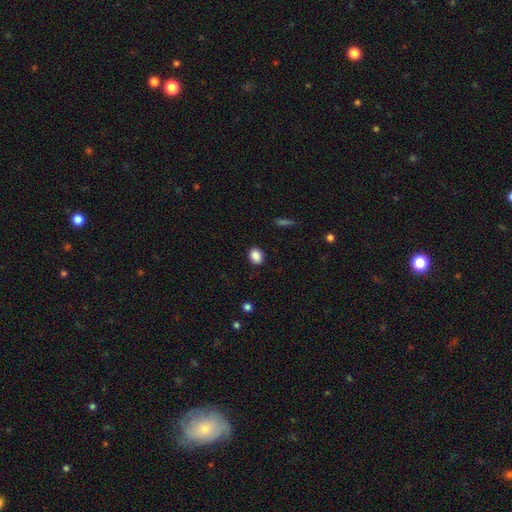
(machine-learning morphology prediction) Smooth or featured? Predicted: smooth (p=0.87). How rounded? Predicted: in between (p=0.53). Merging? Predicted: none (p=0.89).